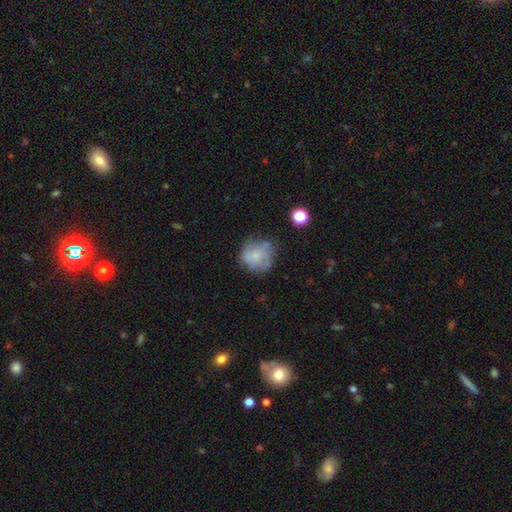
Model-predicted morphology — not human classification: A smooth galaxy with no disk features (47%).

Vote fractions:
- Smooth or featured? smooth: 47% / featured or disk: 43% / star or artifact: 10%
- Merging? none: 60% / minor disturbance: 24% / major disturbance: 12% / merger: 4%